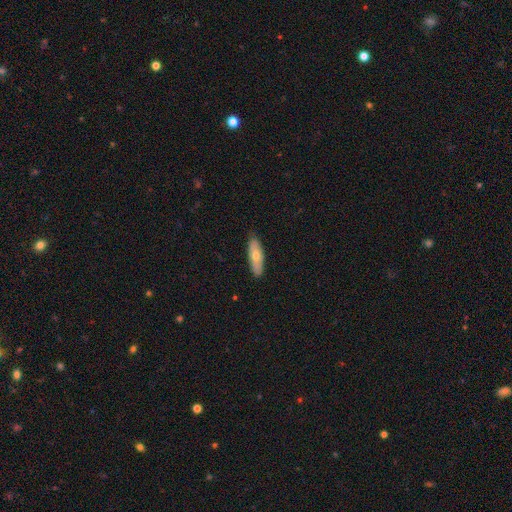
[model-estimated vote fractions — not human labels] A smooth galaxy with no disk features (56%) that is cigar-shaped (49%).

Vote fractions:
- Smooth or featured? smooth: 56% / featured or disk: 37% / star or artifact: 7%
- How rounded? cigar-shaped: 49% / in between: 48% / round: 2%
- Merging? none: 88% / minor disturbance: 9% / major disturbance: 2% / merger: 1%